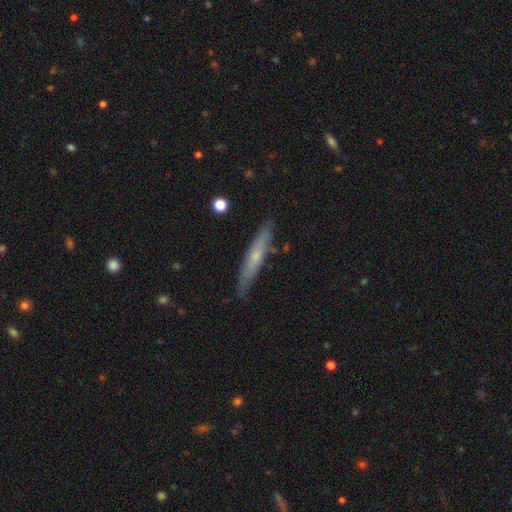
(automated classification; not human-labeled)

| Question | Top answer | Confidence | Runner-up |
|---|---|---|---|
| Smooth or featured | featured or disk | 48% | smooth (46%) |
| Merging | none | 83% | minor disturbance (13%) |